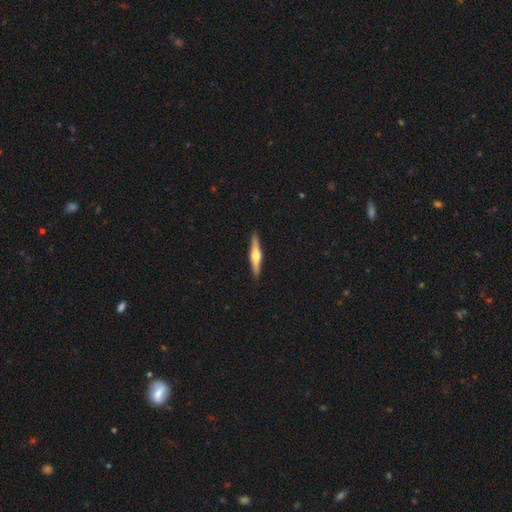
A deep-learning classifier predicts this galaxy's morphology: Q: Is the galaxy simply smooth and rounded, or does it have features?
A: featured or disk — 65%.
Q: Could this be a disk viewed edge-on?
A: yes — 97%.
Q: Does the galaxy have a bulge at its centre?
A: rounded — 92%.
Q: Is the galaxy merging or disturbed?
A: none — 92%.